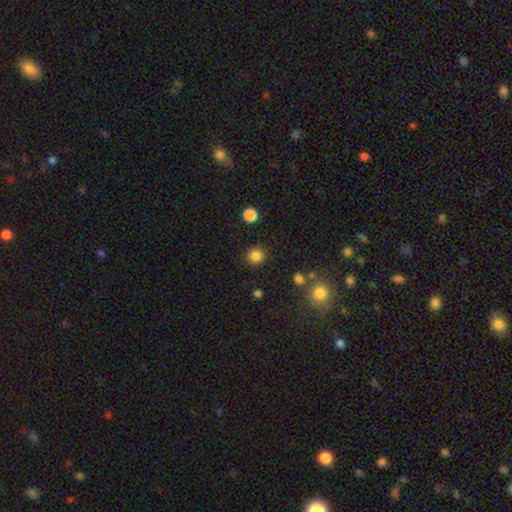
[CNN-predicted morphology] The model was most divided on "smooth or featured": smooth: 84%, star or artifact: 12%, featured or disk: 4%. More confident: how rounded — round (90%); merging — none (89%).